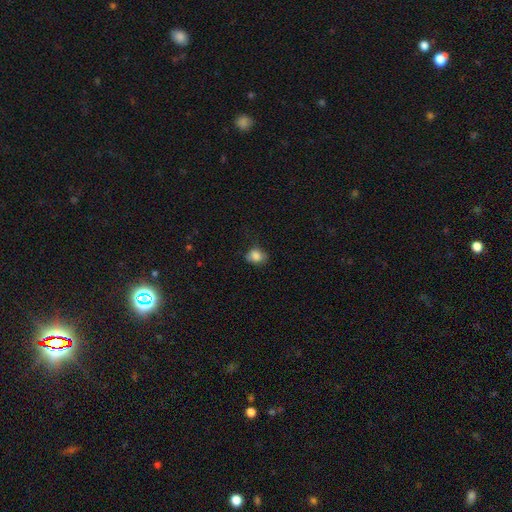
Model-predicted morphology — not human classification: This is clearly a smooth galaxy (83%). How rounded: possibly in between (50%). Merging: likely none (62%).